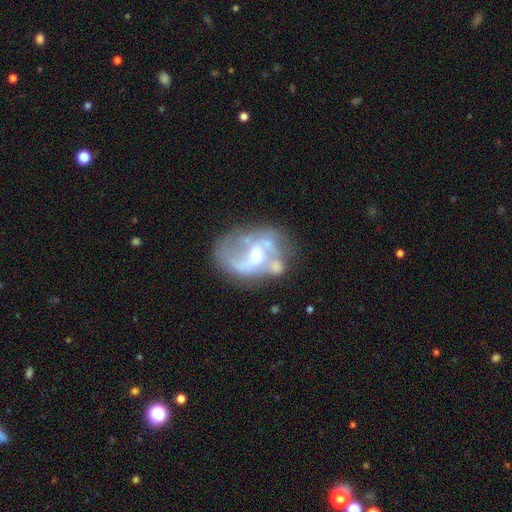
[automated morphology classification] The model was most divided on "spiral winding": loose: 48%, medium: 39%, tight: 14%. Remaining: edge-on disk — no (98%); smooth or featured — featured or disk (78%); spiral arms — yes (76%); spiral arm count — 2 (60%); bar — weak (49%); bulge size — moderate (48%); merging — none (42%).